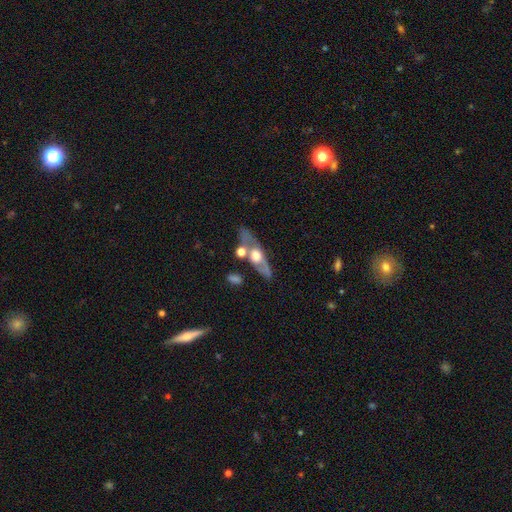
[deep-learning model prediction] A featured or disk galaxy (64%) viewed edge-on (64%).

Vote fractions:
- Smooth or featured? featured or disk: 64% / smooth: 28% / star or artifact: 7%
- Edge-on disk? yes: 64% / no: 36%
- Merging? none: 60% / merger: 18% / minor disturbance: 15% / major disturbance: 7%